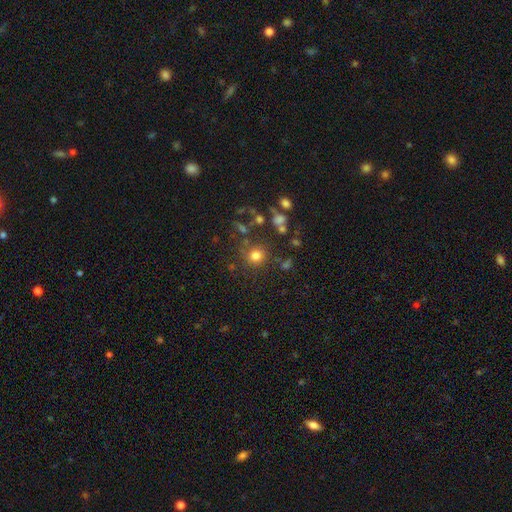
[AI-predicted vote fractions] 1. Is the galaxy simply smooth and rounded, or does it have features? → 76% smooth, 16% star or artifact, 8% featured or disk.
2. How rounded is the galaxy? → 89% round, 10% in between, 1% cigar-shaped.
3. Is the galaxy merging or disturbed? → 78% none, 10% minor disturbance, 7% merger, 5% major disturbance.